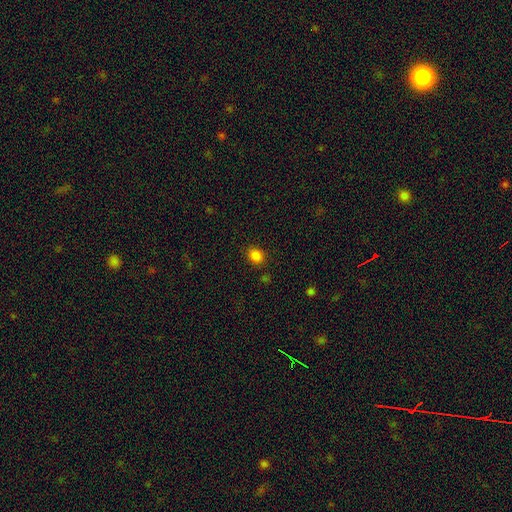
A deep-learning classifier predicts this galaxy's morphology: A smooth galaxy with no disk features (84%) that is round (52%).

Vote fractions:
- Smooth or featured? smooth: 84% / star or artifact: 13% / featured or disk: 4%
- How rounded? round: 52% / in between: 47% / cigar-shaped: 1%
- Merging? none: 86% / minor disturbance: 9% / major disturbance: 3% / merger: 2%